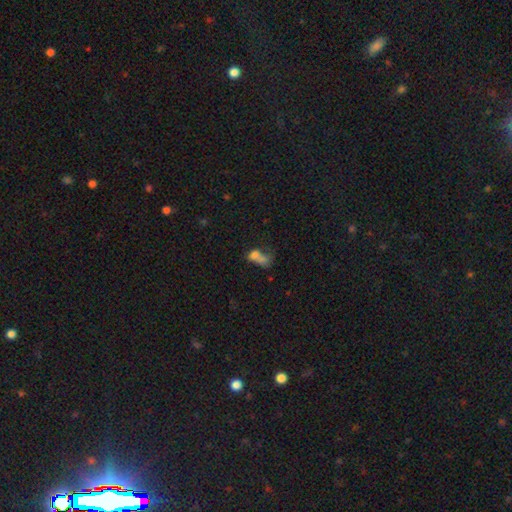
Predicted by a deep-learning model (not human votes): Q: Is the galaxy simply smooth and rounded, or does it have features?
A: smooth — 66%.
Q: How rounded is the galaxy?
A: in between — 70%.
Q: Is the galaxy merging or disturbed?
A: merger — 59%.